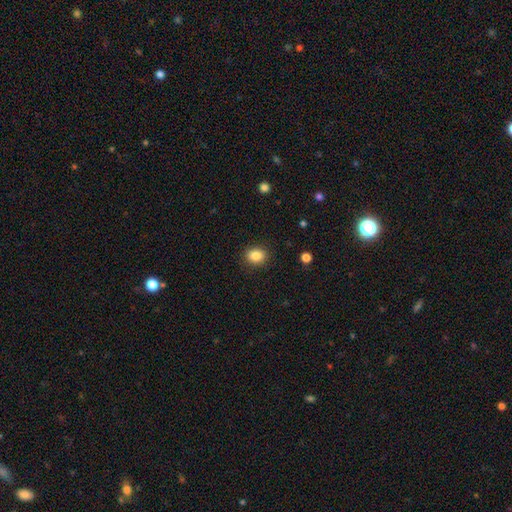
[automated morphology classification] Smooth or featured: smooth — 85% (star or artifact — 10%)
How rounded: round — 51% (in between — 49%)
Merging: none — 89% (minor disturbance — 8%)